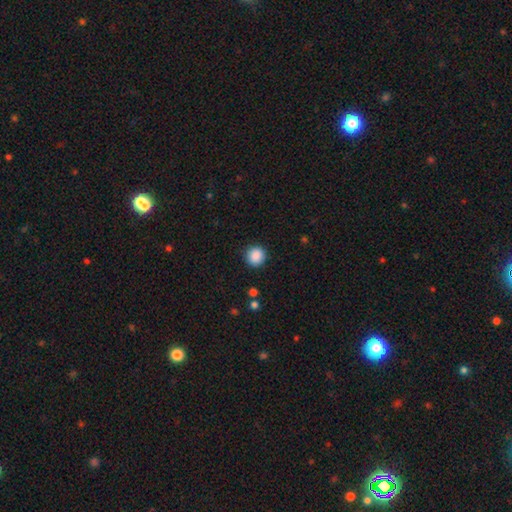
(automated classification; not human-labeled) A smooth galaxy with no disk features (88%) that is round (91%). Merging: none (90%).